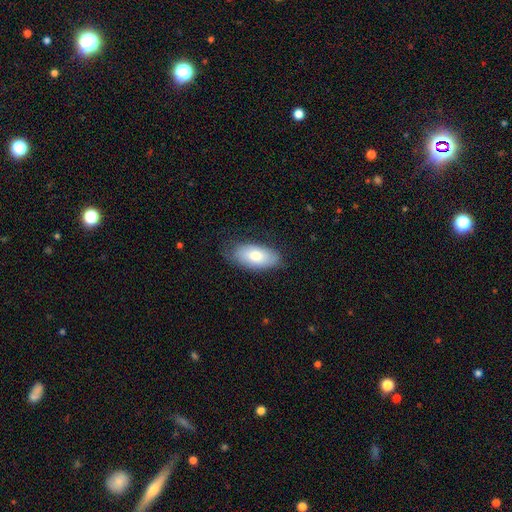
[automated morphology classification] smooth 74%, featured or disk 19%, star or artifact 6%. Down the decision tree: how rounded — in between (93%); merging — none (75%).